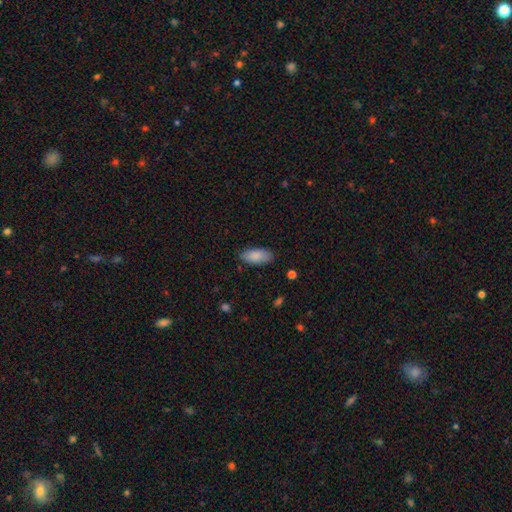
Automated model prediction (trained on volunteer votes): Overall: smooth (87%). How rounded: in between (88%). Merging: none (85%).